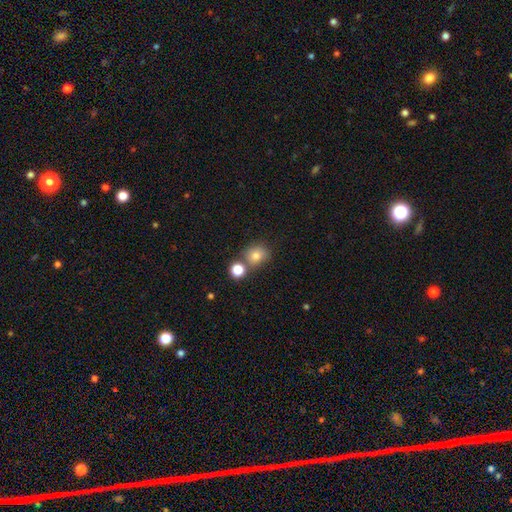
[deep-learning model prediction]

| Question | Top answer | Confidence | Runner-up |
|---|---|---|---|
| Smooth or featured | smooth | 78% | star or artifact (14%) |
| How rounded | round | 78% | in between (22%) |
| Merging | none | 65% | merger (21%) |